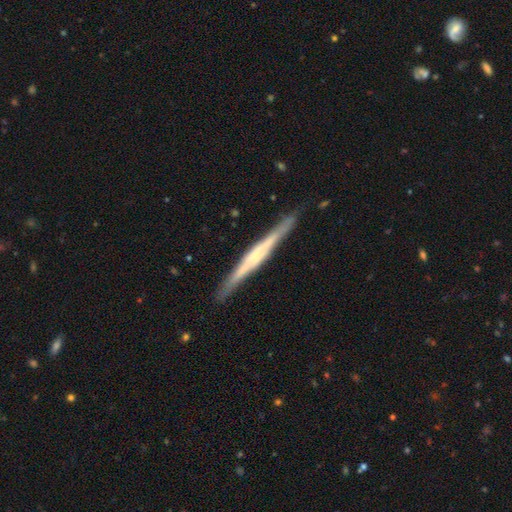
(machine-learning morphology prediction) type=featured or disk (74%); edge-on=yes (98%); edge-on bulge=rounded (47%); merging=none (89%).